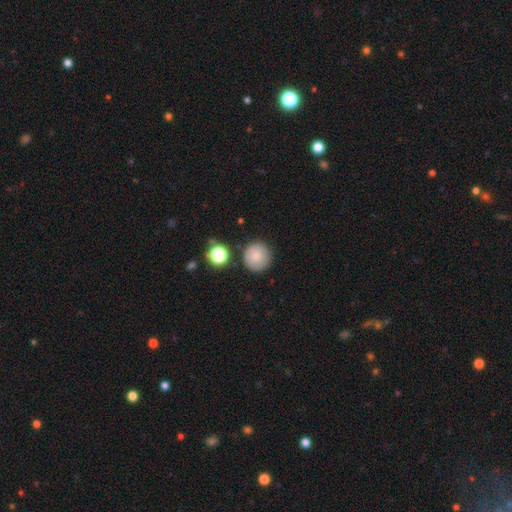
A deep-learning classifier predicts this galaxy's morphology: Smooth or featured? Predicted: smooth (p=0.80). How rounded? Predicted: round (p=0.95). Merging? Predicted: none (p=0.84).